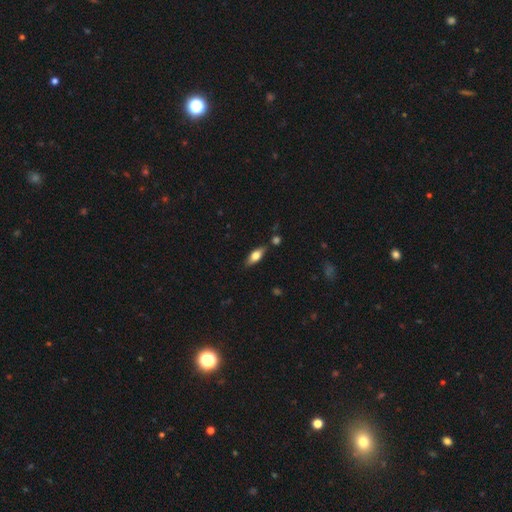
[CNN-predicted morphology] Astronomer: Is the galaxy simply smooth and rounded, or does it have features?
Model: smooth — 63%.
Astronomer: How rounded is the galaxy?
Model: in between — 70%.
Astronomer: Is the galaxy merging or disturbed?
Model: none — 79%.